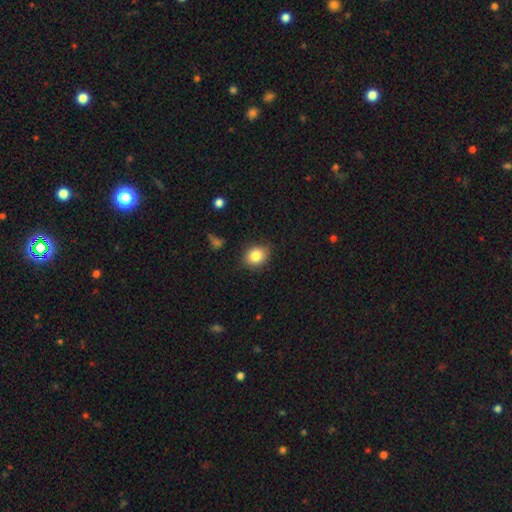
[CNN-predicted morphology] This appears to be a smooth galaxy with no disk features (83%) that is round (55%). Merging: none (83%).